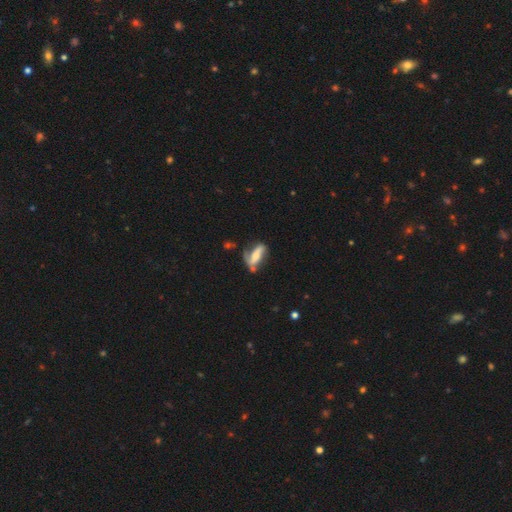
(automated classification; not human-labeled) Smooth or featured? featured or disk (61%)
Edge-on disk? no (82%)
Merging? none (43%)